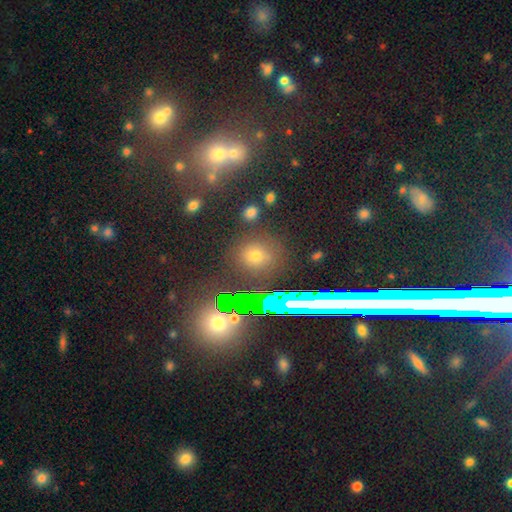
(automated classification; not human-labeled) Smooth or featured? smooth (61%)
How rounded? round (73%)
Merging? none (84%)